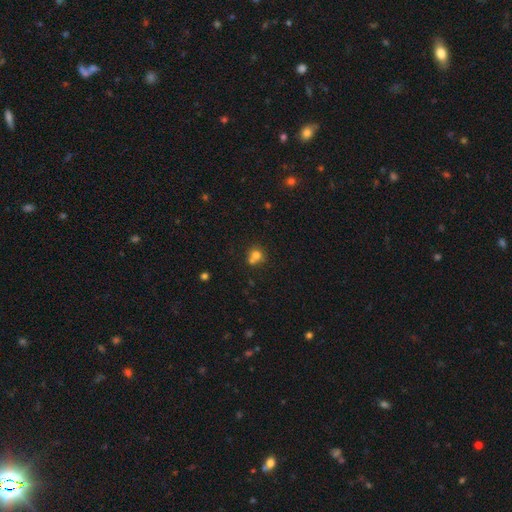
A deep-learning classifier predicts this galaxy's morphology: A smooth galaxy with no disk features (74%) that is round (83%). Merging: merger (44%).